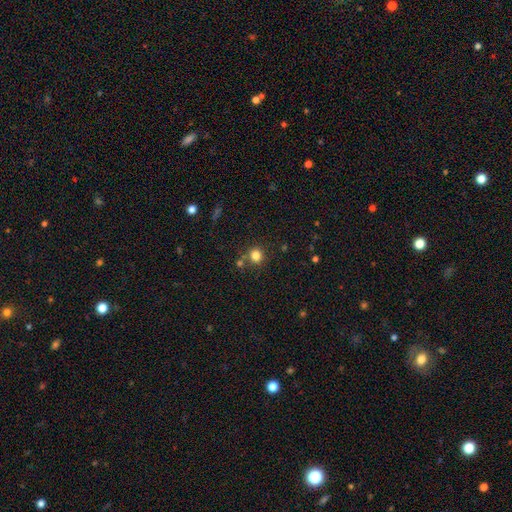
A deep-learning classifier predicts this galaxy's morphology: Q: Smooth or featured?
A: smooth (81%); runner-up: star or artifact (13%)
Q: How rounded?
A: round (88%); runner-up: in between (11%)
Q: Merging?
A: none (76%); runner-up: merger (12%)